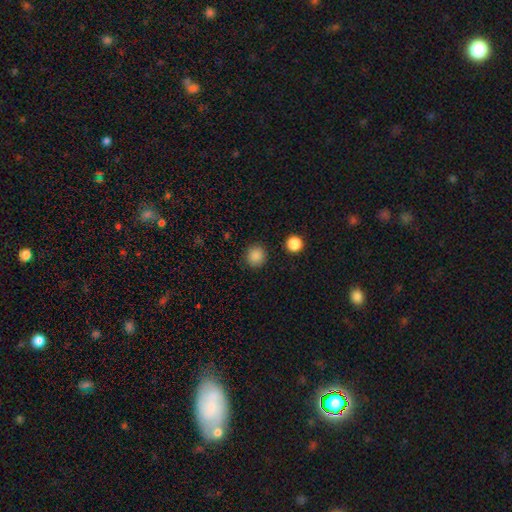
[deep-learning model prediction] Smooth or featured: smooth — 87% (star or artifact — 10%)
How rounded: round — 93% (in between — 6%)
Merging: none — 91% (minor disturbance — 5%)